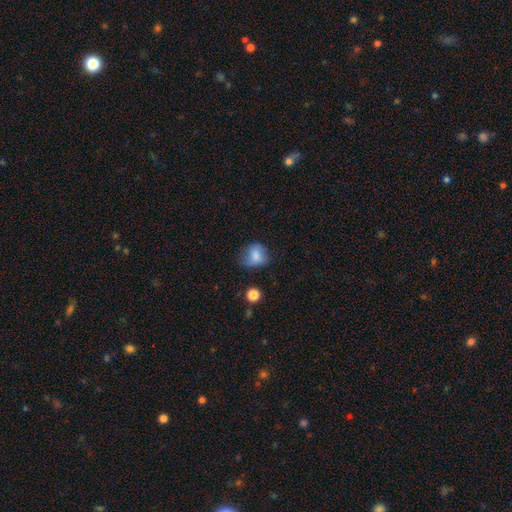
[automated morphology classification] Smooth or featured? smooth (78%)
How rounded? round (58%)
Merging? none (53%)